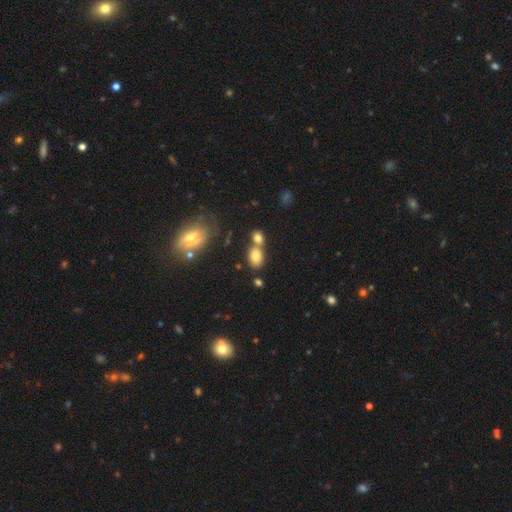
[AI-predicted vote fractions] Q: Smooth or featured?
A: smooth (74%); runner-up: featured or disk (14%)
Q: How rounded?
A: in between (80%); runner-up: round (17%)
Q: Merging?
A: none (44%); runner-up: merger (40%)